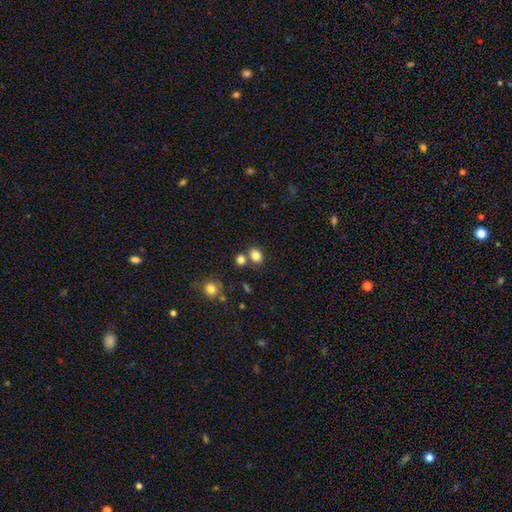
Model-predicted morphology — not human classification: This is clearly a smooth galaxy (82%). How rounded: possibly round (53%). Merging: likely none (66%).